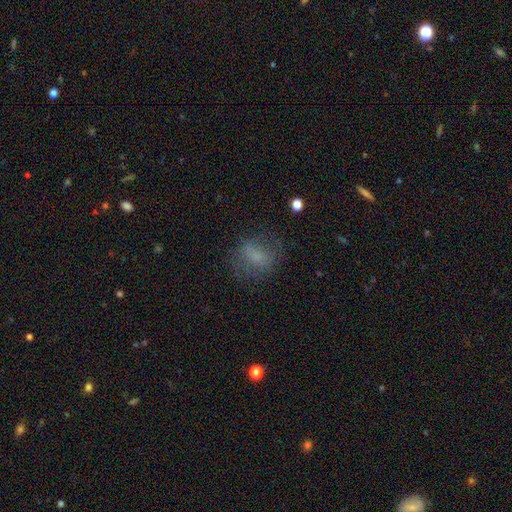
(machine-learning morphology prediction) Smooth or featured? Predicted: smooth (p=0.65). How rounded? Predicted: in between (p=0.54). Merging? Predicted: none (p=0.64).